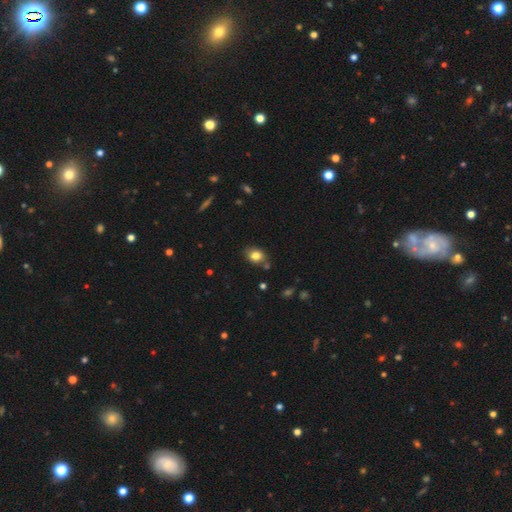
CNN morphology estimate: Smooth or featured? Predicted: smooth (p=0.81). How rounded? Predicted: in between (p=0.63). Merging? Predicted: none (p=0.75).